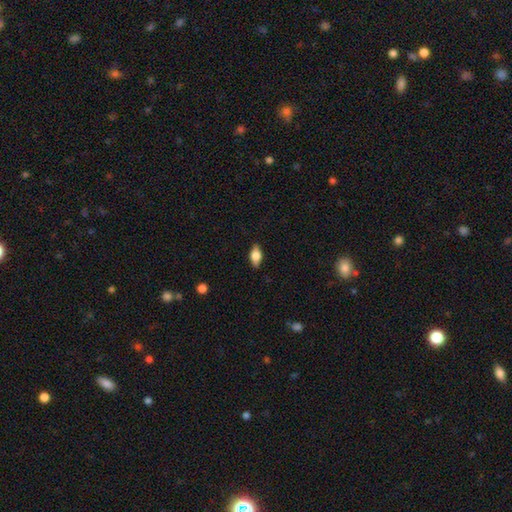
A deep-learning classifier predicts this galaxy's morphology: Smooth or featured: smooth — 65% (featured or disk — 27%)
How rounded: in between — 83% (cigar-shaped — 11%)
Merging: none — 86% (minor disturbance — 11%)